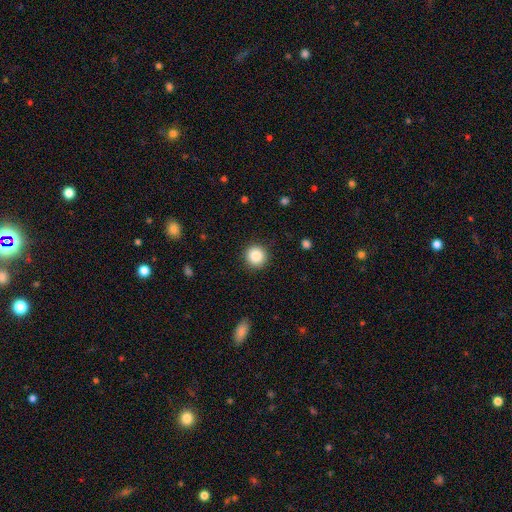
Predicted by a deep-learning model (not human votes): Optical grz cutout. It shows a smooth galaxy with no disk features (87%) that is round (94%). Merging: none (91%).